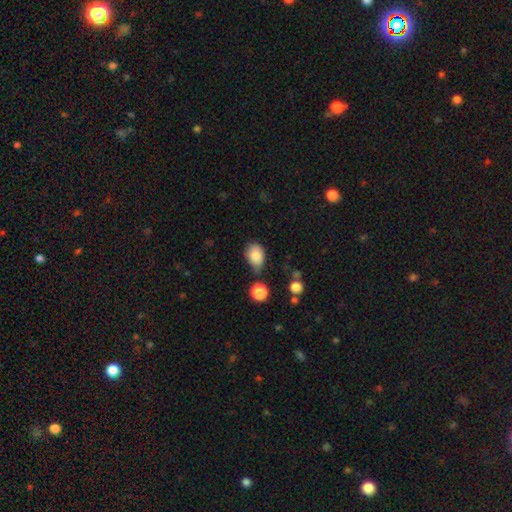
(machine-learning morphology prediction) Smooth or featured? Predicted: smooth (p=0.84). How rounded? Predicted: in between (p=0.73). Merging? Predicted: none (p=0.51).